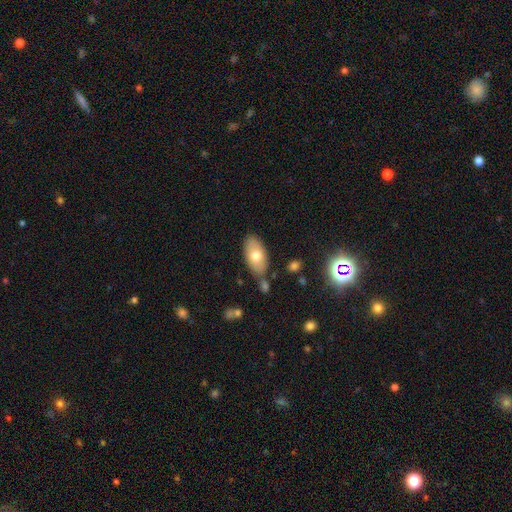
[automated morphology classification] smooth-or-featured: smooth: 70% | featured or disk: 23% | star or artifact: 7%
  how-rounded: in between: 93% | round: 4% | cigar-shaped: 3%
  merging: none: 74% | minor disturbance: 16% | merger: 7% | major disturbance: 4%